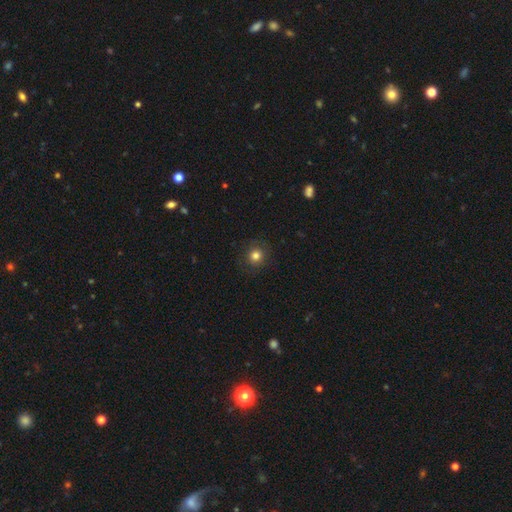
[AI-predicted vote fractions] Morphology: type=smooth (81%); roundness=round (92%); merging=none (89%).